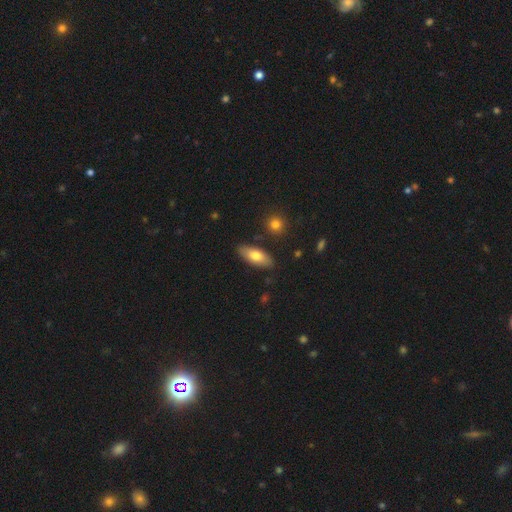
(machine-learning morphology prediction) A smooth galaxy with no disk features (73%) that is in between round and cigar-shaped (78%). Merging: none (84%).